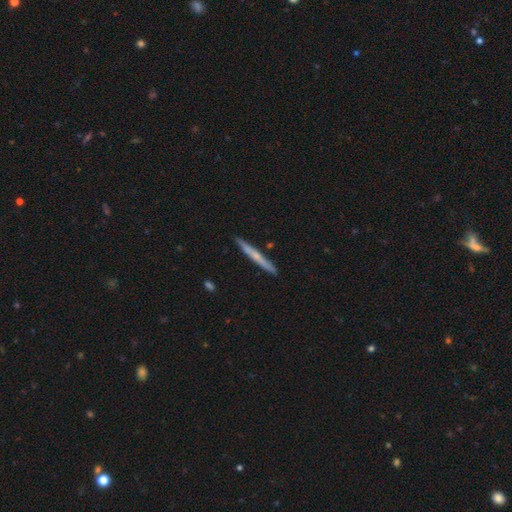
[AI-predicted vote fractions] featured or disk 49%, smooth 46%, star or artifact 5%. Down the decision tree: merging — none (90%).